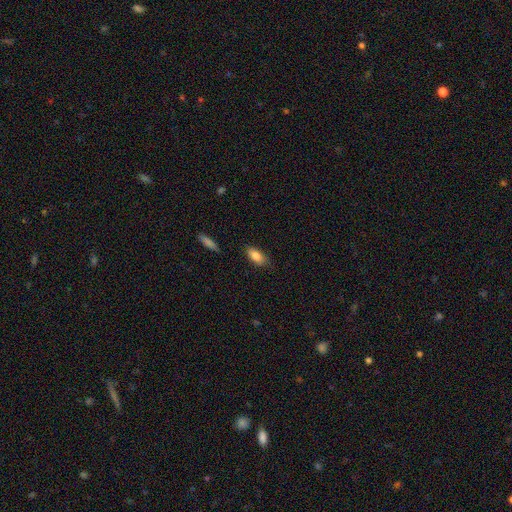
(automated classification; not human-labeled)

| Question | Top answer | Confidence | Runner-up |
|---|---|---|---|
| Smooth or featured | smooth | 84% | featured or disk (9%) |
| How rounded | in between | 86% | cigar-shaped (12%) |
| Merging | none | 83% | minor disturbance (13%) |